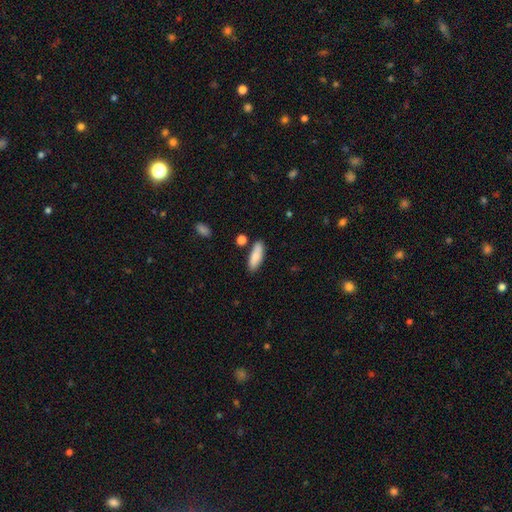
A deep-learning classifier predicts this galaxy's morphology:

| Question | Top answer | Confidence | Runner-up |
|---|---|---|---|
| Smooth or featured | smooth | 84% | featured or disk (10%) |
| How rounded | in between | 60% | cigar-shaped (38%) |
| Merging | none | 80% | minor disturbance (12%) |